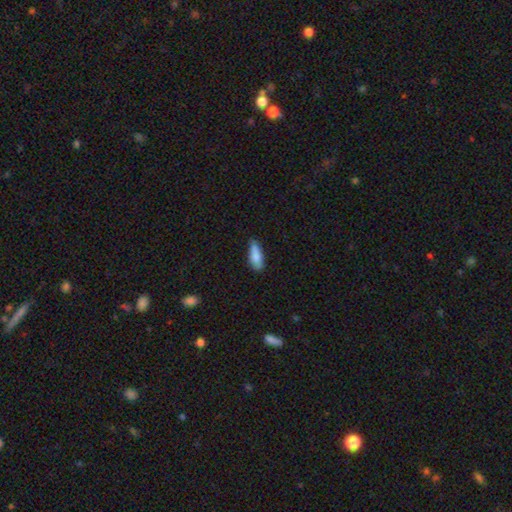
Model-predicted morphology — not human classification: This appears to be a smooth galaxy with no disk features (77%) that is in between round and cigar-shaped (66%). Merging: none (55%).